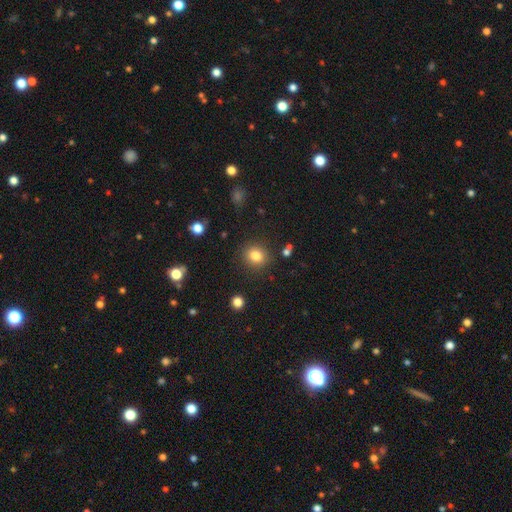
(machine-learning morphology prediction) This appears to be a smooth galaxy with no disk features (82%) that is round (82%). Merging: none (87%).